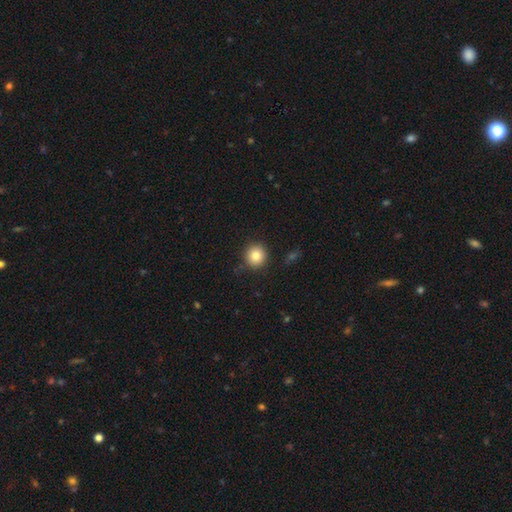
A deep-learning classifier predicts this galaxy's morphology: The model was most divided on "smooth or featured": smooth: 84%, star or artifact: 10%, featured or disk: 7%. More confident: how rounded — round (93%); merging — none (88%).